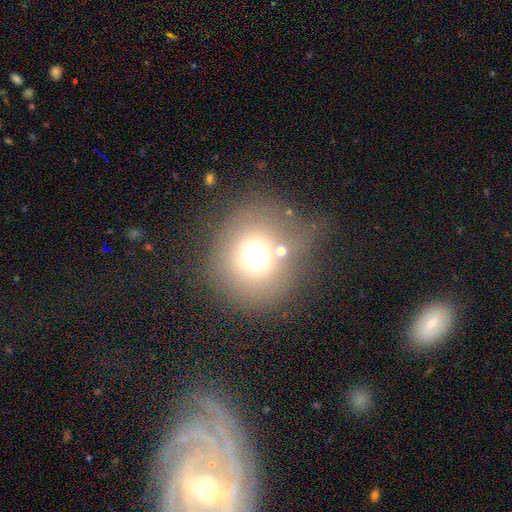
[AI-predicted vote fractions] smooth 66%, star or artifact 19%, featured or disk 15%. Down the decision tree: how rounded — round (82%); merging — none (64%).